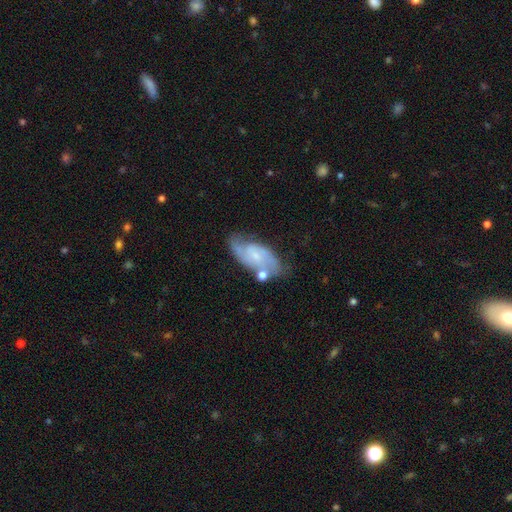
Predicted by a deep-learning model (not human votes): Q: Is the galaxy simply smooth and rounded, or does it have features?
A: featured or disk — 75%.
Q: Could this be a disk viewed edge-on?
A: no — 95%.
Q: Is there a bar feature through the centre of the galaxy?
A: no — 51%.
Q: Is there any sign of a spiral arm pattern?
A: yes — 93%.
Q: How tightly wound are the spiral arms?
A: medium — 48%.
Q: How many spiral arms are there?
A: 2 — 80%.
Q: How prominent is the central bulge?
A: small — 67%.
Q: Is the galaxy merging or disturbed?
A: none — 61%.